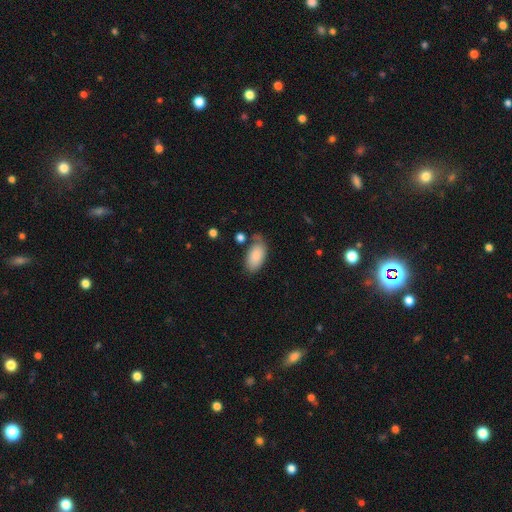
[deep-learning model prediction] Smooth or featured?
  - smooth: 86% *
  - featured or disk: 7%
  - star or artifact: 6%
How rounded?
  - in between: 95% *
  - round: 3%
  - cigar-shaped: 2%
Merging?
  - none: 61% *
  - minor disturbance: 24%
  - major disturbance: 8%
  - merger: 8%